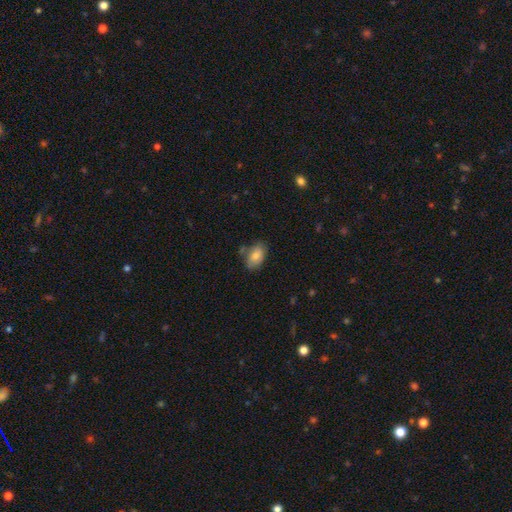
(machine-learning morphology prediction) Smooth or featured?
  - smooth: 79% *
  - featured or disk: 13%
  - star or artifact: 7%
How rounded?
  - in between: 90% *
  - round: 8%
  - cigar-shaped: 2%
Merging?
  - none: 67% *
  - minor disturbance: 22%
  - merger: 7%
  - major disturbance: 5%